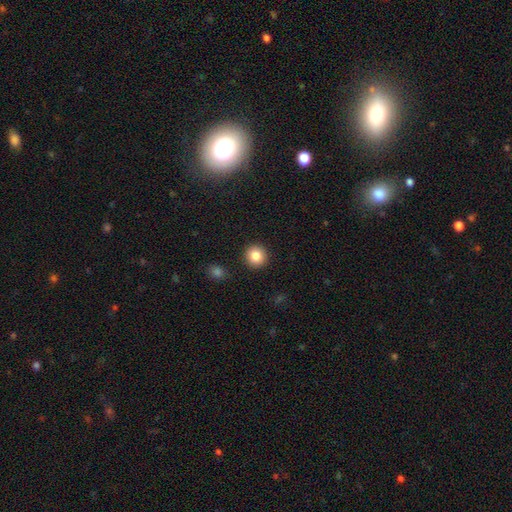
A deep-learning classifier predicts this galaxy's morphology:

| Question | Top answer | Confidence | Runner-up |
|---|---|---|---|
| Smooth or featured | smooth | 84% | star or artifact (10%) |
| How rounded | round | 94% | in between (5%) |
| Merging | none | 92% | minor disturbance (5%) |